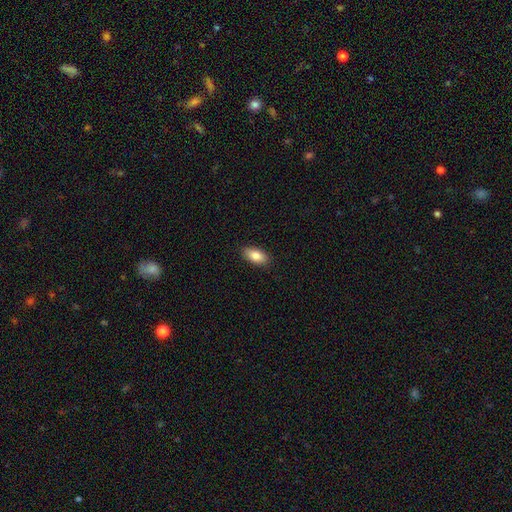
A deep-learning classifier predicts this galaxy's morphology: smooth-or-featured: smooth: 85% | featured or disk: 8% | star or artifact: 7%
  how-rounded: in between: 91% | cigar-shaped: 5% | round: 3%
  merging: none: 88% | minor disturbance: 9% | major disturbance: 2% | merger: 1%